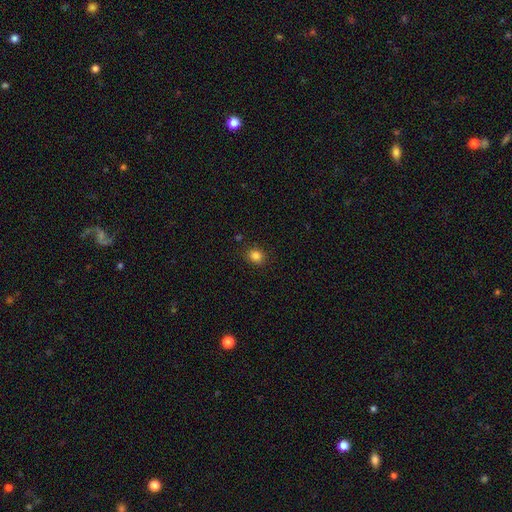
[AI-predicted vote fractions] Overall: smooth (84%). How rounded: round (76%). Merging: none (86%).